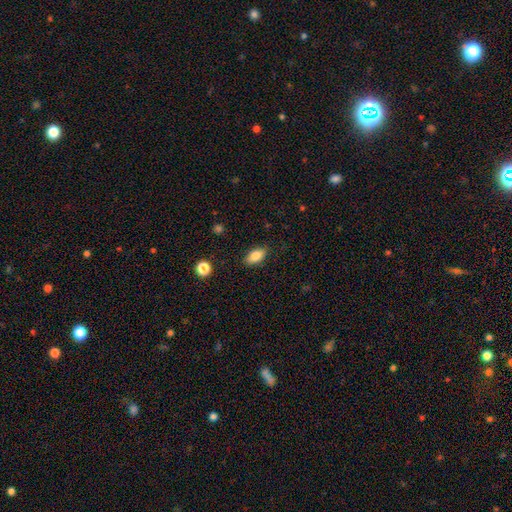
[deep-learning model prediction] Smooth or featured? Predicted: smooth (p=0.83). How rounded? Predicted: in between (p=0.90). Merging? Predicted: none (p=0.86).